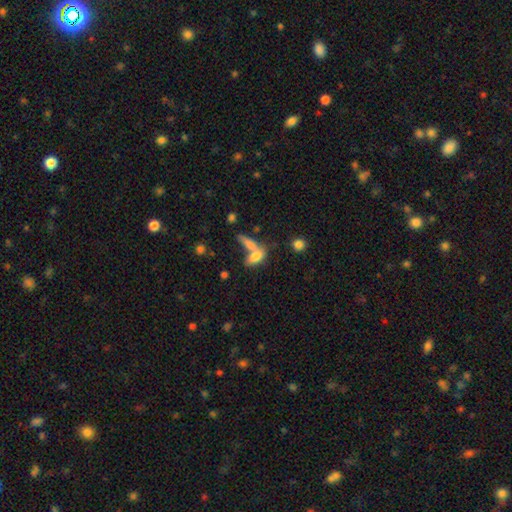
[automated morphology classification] Overall: smooth (74%). How rounded: in between (72%). Merging: merger (51%; none 34%).